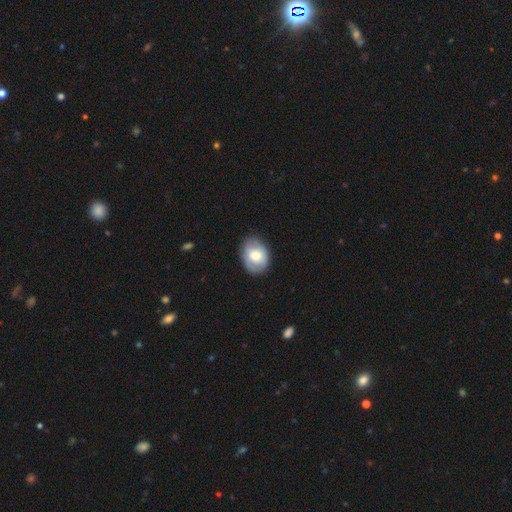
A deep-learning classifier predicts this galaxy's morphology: type=smooth (64%); roundness=in between (64%); merging=none (77%).